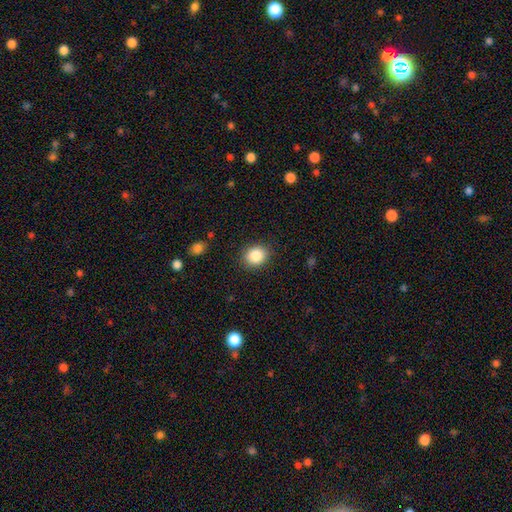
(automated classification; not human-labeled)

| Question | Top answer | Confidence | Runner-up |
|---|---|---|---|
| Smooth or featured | smooth | 86% | star or artifact (9%) |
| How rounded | round | 68% | in between (31%) |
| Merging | none | 88% | minor disturbance (8%) |